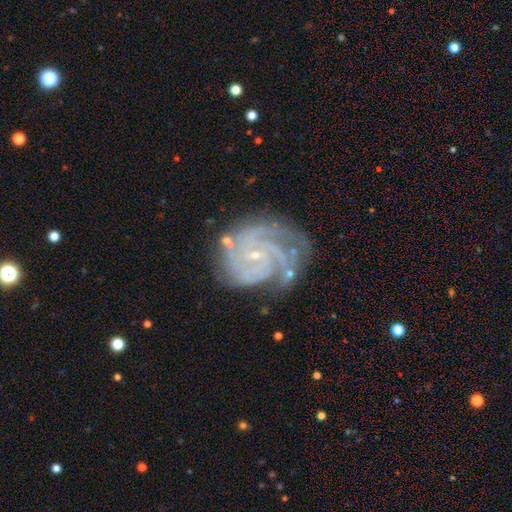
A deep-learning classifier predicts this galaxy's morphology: smooth-or-featured: featured or disk: 90% | star or artifact: 6% | smooth: 4%
  disk-edge-on: no: 98% | yes: 2%
    bar: no: 64% | weak: 28% | strong: 8%
    has-spiral-arms: yes: 98% | no: 2%
      spiral-winding: tight: 71% | medium: 25% | loose: 3%
      spiral-arm-count: 3: 33% | 4: 23% | 2: 16% | can't tell: 14% | more than 4: 7% | 1: 7%
    bulge-size: small: 86% | moderate: 9% | none: 3% | large: 1% | dominant: 1%
  merging: none: 60% | minor disturbance: 23% | major disturbance: 12% | merger: 5%